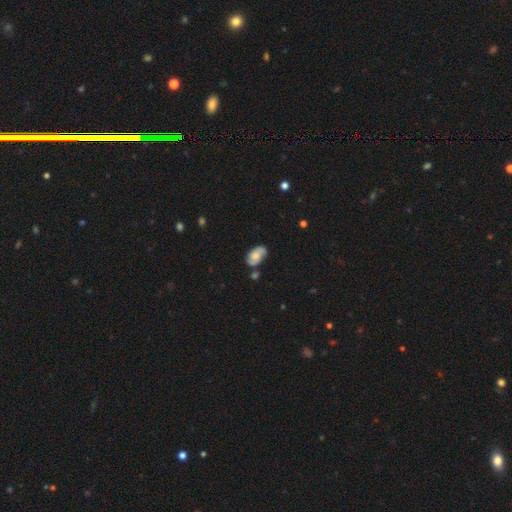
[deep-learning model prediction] The model was most divided on "smooth or featured" (2-way tie): smooth: 46%, featured or disk: 46%, star or artifact: 8%. More confident: merging — none (64%).